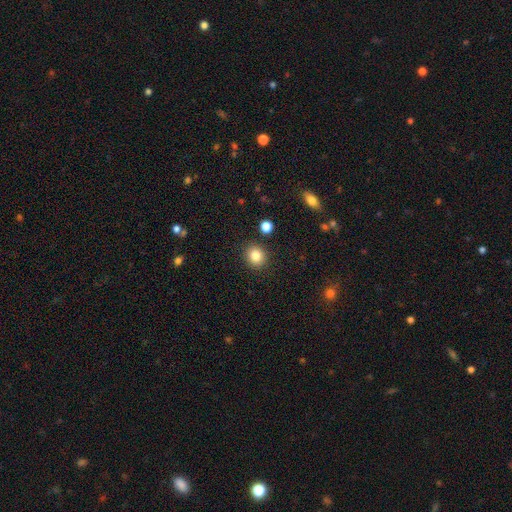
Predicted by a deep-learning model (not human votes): Smooth or featured: smooth — 83% (star or artifact — 11%)
How rounded: round — 81% (in between — 18%)
Merging: none — 89% (minor disturbance — 7%)